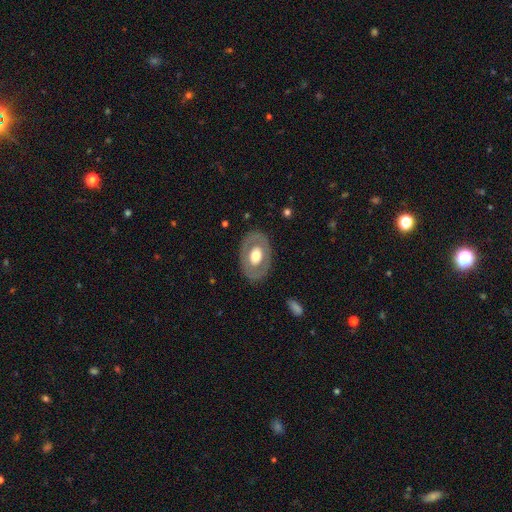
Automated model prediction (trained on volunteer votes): Morphology: type=featured or disk (48%); merging=none (84%).